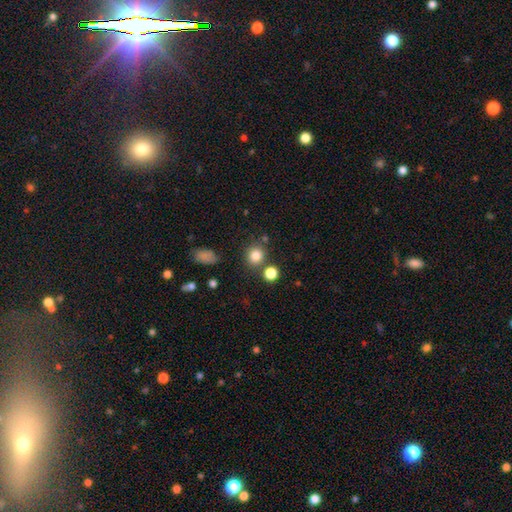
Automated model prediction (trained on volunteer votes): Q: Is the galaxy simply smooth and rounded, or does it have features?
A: smooth — 82%.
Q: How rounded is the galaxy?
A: round — 84%.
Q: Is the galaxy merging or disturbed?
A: none — 77%.